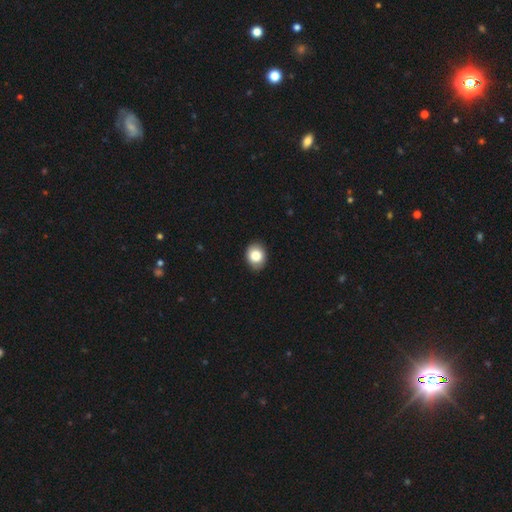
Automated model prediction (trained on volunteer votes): smooth-or-featured: smooth: 83% | featured or disk: 8% | star or artifact: 8%
  how-rounded: round: 50% | in between: 49% | cigar-shaped: 1%
  merging: none: 87% | minor disturbance: 10% | major disturbance: 2% | merger: 1%